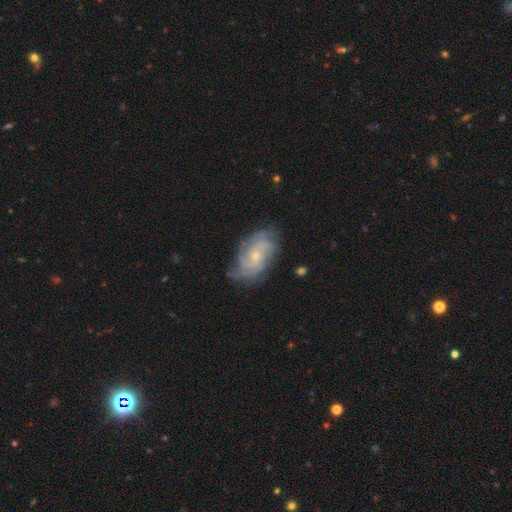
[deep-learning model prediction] Smooth or featured? Predicted: featured or disk (p=0.82). Edge-on disk? Predicted: no (p=0.97). Bar? Predicted: no (p=0.71). Spiral arms? Predicted: yes (p=0.96). Spiral winding? Predicted: tight (p=0.58). Spiral arm count? Predicted: can't tell (p=0.32). Bulge size? Predicted: small (p=0.67). Merging? Predicted: none (p=0.74).